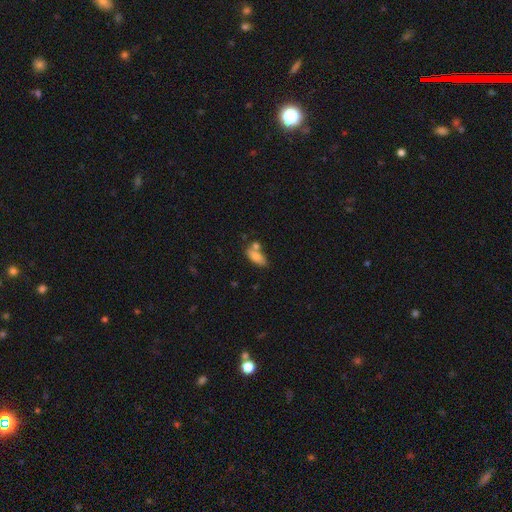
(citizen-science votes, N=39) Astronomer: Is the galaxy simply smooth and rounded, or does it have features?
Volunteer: smooth — 92%.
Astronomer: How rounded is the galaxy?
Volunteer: in between — 94%.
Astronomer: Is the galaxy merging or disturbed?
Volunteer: none — 53%.